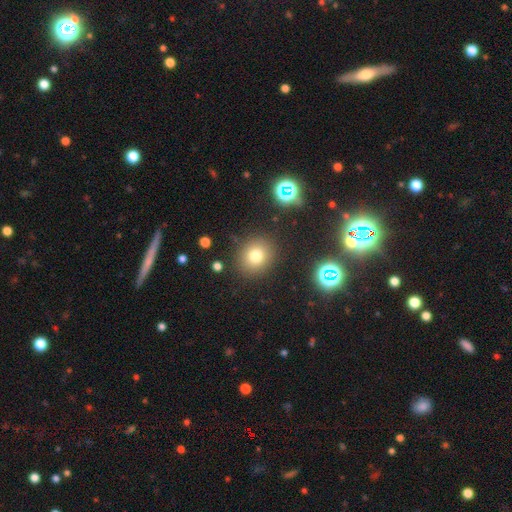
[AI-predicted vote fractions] Smooth or featured: smooth — 75% (star or artifact — 16%)
How rounded: round — 79% (in between — 20%)
Merging: none — 87% (minor disturbance — 8%)